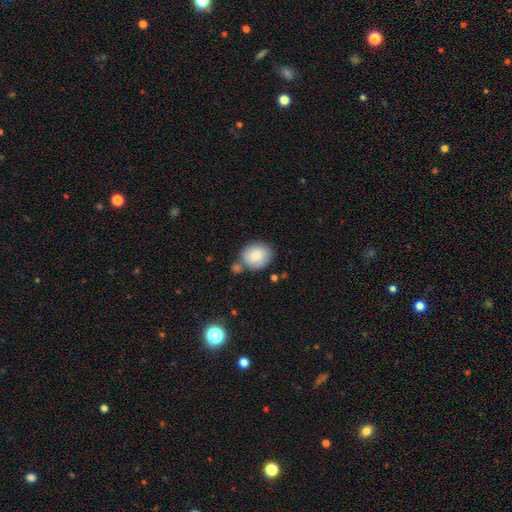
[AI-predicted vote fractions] Smooth or featured?
  - smooth: 80% *
  - featured or disk: 13%
  - star or artifact: 7%
How rounded?
  - round: 70% *
  - in between: 29%
  - cigar-shaped: 1%
Merging?
  - none: 60% *
  - minor disturbance: 18%
  - merger: 17%
  - major disturbance: 5%